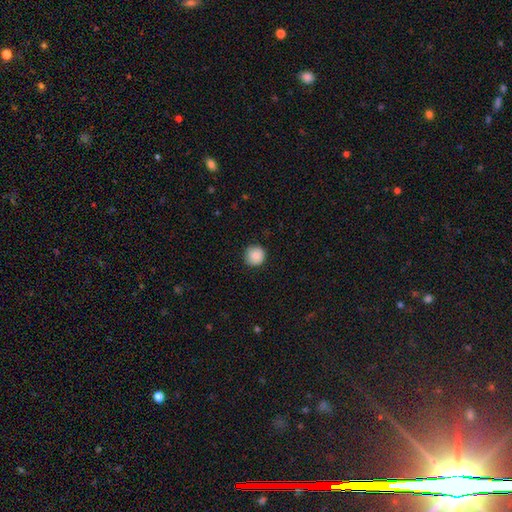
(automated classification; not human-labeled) smooth-or-featured: smooth: 88% | star or artifact: 8% | featured or disk: 4%
  how-rounded: round: 94% | in between: 5% | cigar-shaped: 1%
  merging: none: 88% | minor disturbance: 9% | major disturbance: 2% | merger: 1%